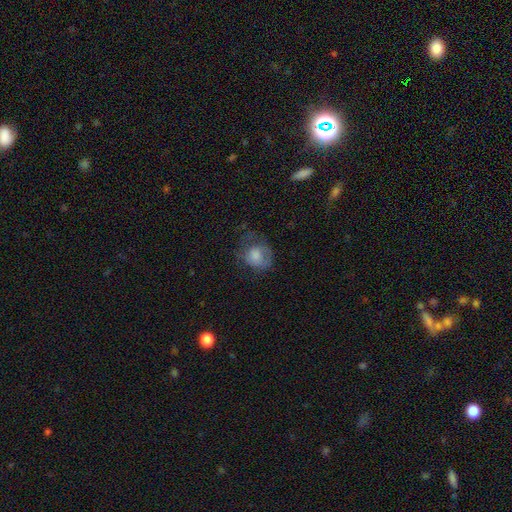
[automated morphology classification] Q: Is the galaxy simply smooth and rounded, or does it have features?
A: smooth — 67%.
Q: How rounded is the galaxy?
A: round — 63%.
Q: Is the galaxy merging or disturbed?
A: none — 41%.